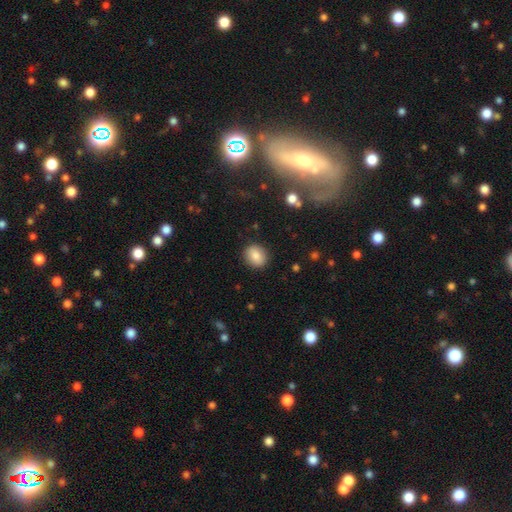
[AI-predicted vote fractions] Smooth or featured?
  - smooth: 83% *
  - star or artifact: 9%
  - featured or disk: 8%
How rounded?
  - round: 63% *
  - in between: 36%
  - cigar-shaped: 1%
Merging?
  - none: 89% *
  - minor disturbance: 8%
  - major disturbance: 2%
  - merger: 1%